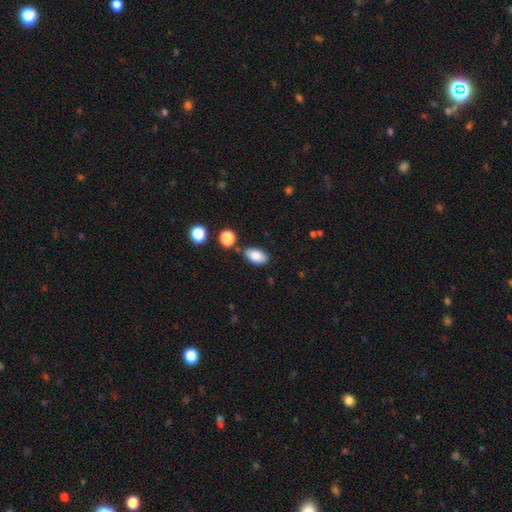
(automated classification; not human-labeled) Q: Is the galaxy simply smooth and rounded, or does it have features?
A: smooth — 85%.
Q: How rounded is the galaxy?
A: in between — 92%.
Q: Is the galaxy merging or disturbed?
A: none — 80%.